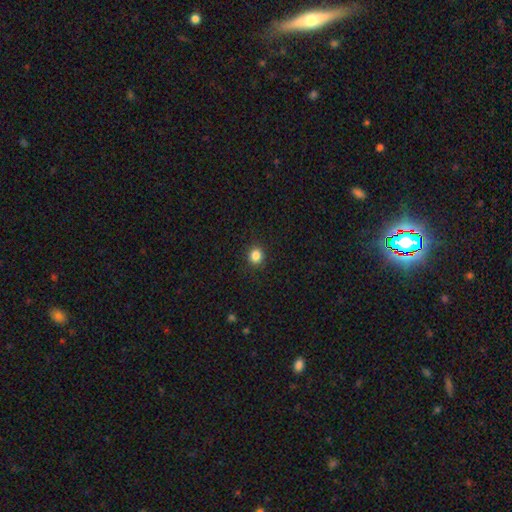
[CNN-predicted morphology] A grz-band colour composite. It shows a smooth galaxy with no disk features (85%) that is round (85%). Merging: none (91%).